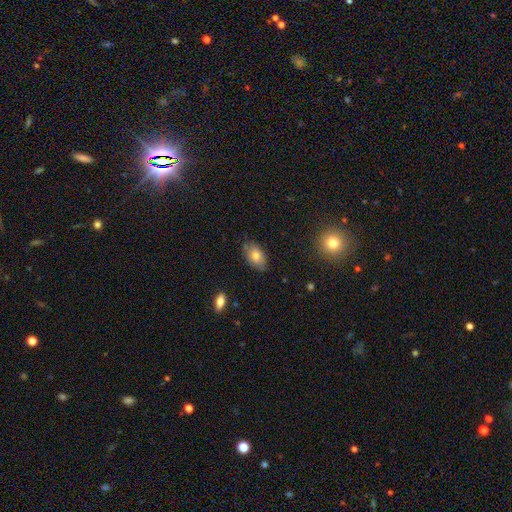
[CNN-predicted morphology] type=smooth (77%); roundness=in between (90%); merging=none (79%).